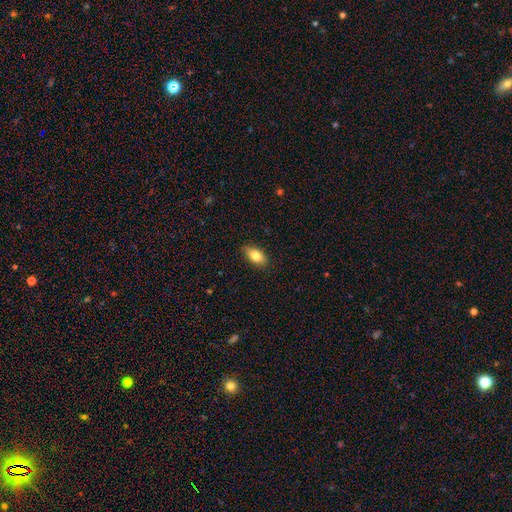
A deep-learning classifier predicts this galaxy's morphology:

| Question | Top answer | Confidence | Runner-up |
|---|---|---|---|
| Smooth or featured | smooth | 81% | featured or disk (11%) |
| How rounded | in between | 90% | round (5%) |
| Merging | none | 87% | minor disturbance (10%) |